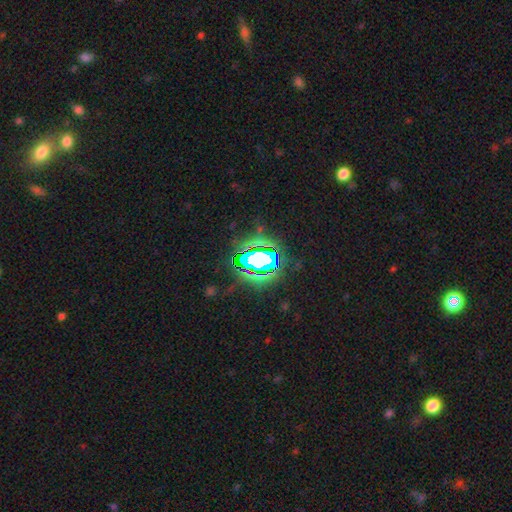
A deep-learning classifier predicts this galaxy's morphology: A star or artifact, not a galaxy (70%).

Vote fractions:
- Smooth or featured? star or artifact: 70% / smooth: 16% / featured or disk: 14%